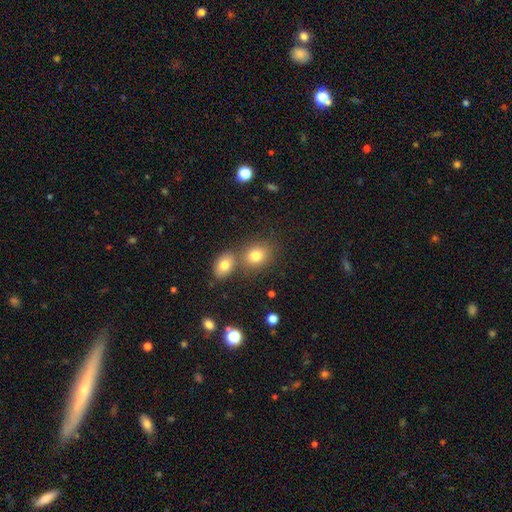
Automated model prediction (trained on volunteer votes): Smooth or featured? smooth (79%)
How rounded? round (52%)
Merging? none (56%)